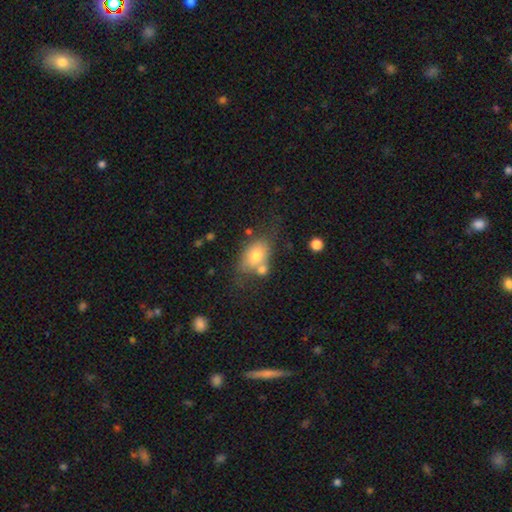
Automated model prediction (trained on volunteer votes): Smooth or featured?
  - smooth: 71% *
  - featured or disk: 21%
  - star or artifact: 9%
How rounded?
  - in between: 78% *
  - round: 20%
  - cigar-shaped: 2%
Merging?
  - none: 44% *
  - merger: 29%
  - minor disturbance: 18%
  - major disturbance: 9%